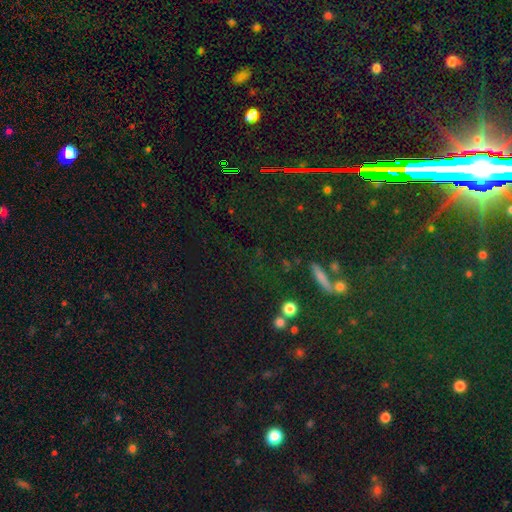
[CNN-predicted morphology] star or artifact 72%, smooth 16%, featured or disk 12%.